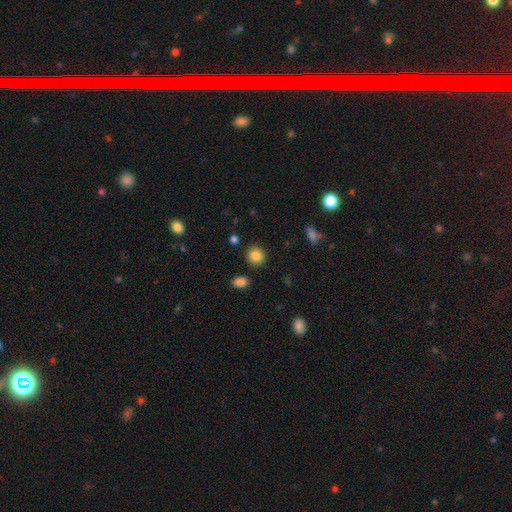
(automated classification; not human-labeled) Smooth or featured: smooth — 86% (star or artifact — 10%)
How rounded: round — 87% (in between — 12%)
Merging: none — 89% (minor disturbance — 6%)